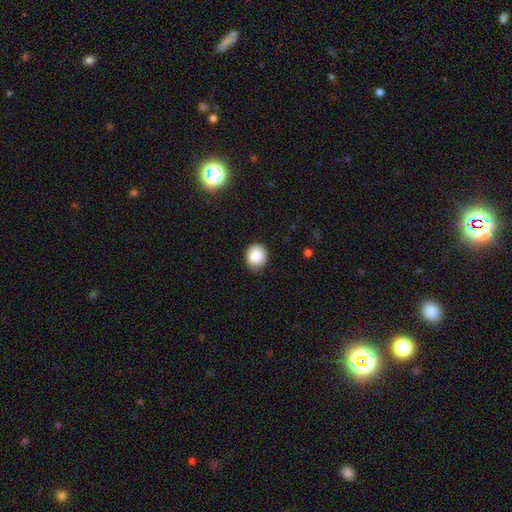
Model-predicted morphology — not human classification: smooth_or_featured: smooth (p=0.86) [alt: star or artifact p=0.08]
how_rounded: round (p=0.68) [alt: in between p=0.31]
merging: none (p=0.84) [alt: minor disturbance p=0.13]